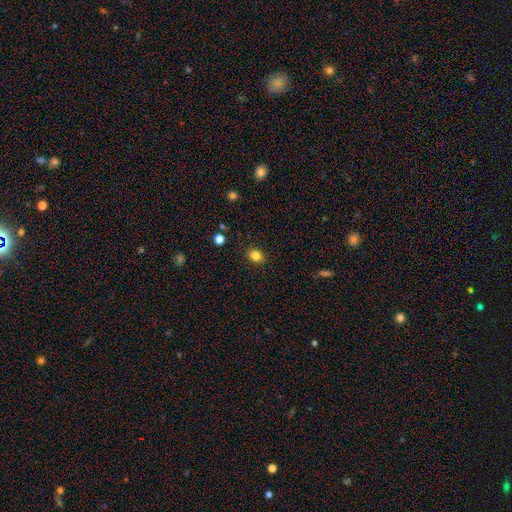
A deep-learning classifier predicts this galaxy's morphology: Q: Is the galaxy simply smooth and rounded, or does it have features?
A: smooth — 84%.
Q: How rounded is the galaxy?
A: in between — 53%.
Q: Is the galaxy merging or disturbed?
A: none — 89%.